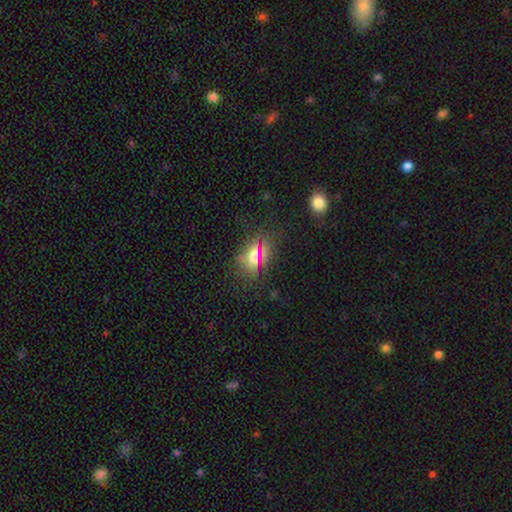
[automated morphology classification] smooth 61%, star or artifact 27%, featured or disk 12%. Down the decision tree: how rounded — in between (64%); merging — none (78%).